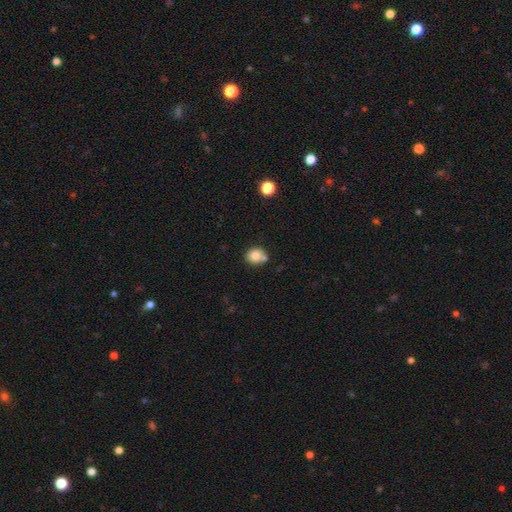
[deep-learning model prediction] Morphology: type=smooth (79%); roundness=round (79%); merging=none (61%).